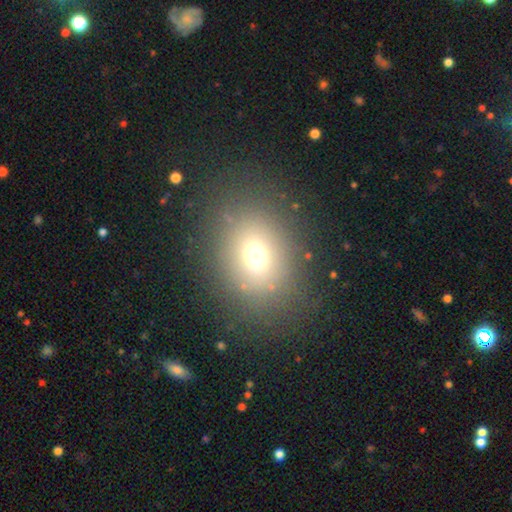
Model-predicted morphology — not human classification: Smooth or featured?
  - smooth: 68% *
  - star or artifact: 19%
  - featured or disk: 12%
How rounded?
  - round: 50% *
  - in between: 49%
  - cigar-shaped: 1%
Merging?
  - none: 82% *
  - minor disturbance: 10%
  - major disturbance: 6%
  - merger: 2%